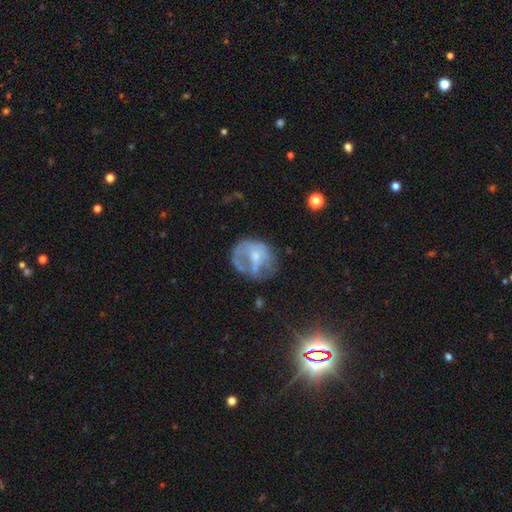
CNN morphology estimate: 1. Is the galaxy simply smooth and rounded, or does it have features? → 51% featured or disk, 39% smooth, 10% star or artifact.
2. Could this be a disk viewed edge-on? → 97% no, 3% yes.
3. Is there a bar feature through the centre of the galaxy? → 72% no, 23% weak, 5% strong.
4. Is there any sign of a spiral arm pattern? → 75% no, 25% yes.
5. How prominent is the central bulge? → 41% small, 39% moderate, 16% none, 3% large, 1% dominant.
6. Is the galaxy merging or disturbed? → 38% none, 31% major disturbance, 24% minor disturbance, 7% merger.